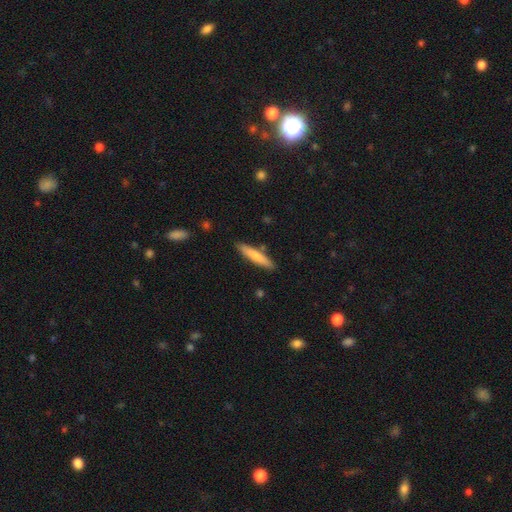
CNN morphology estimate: A smooth galaxy with no disk features (72%) that is cigar-shaped (87%). Merging: none (86%).